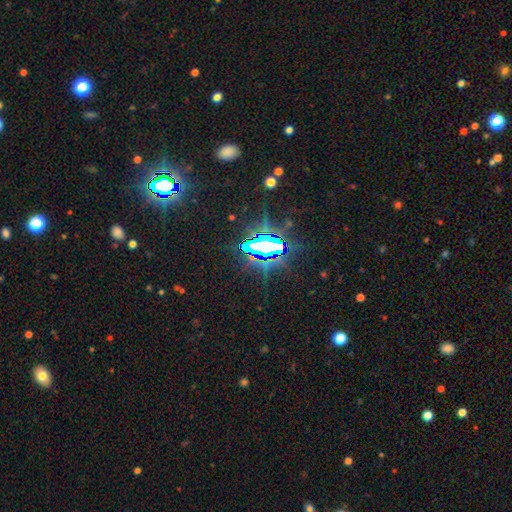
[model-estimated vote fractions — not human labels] Smooth or featured? star or artifact (79%)